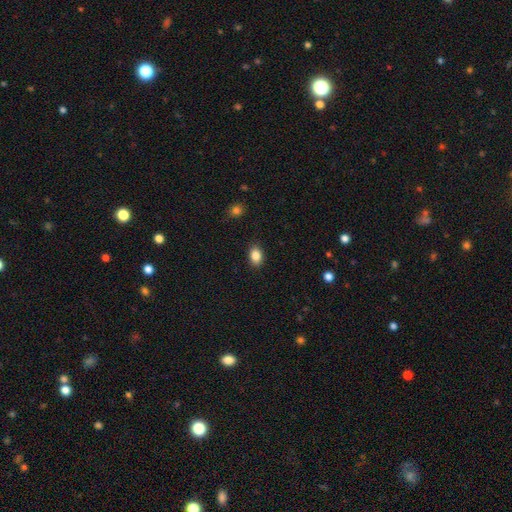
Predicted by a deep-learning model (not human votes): Smooth or featured?
  - smooth: 86% *
  - star or artifact: 9%
  - featured or disk: 5%
How rounded?
  - in between: 79% *
  - round: 20%
  - cigar-shaped: 1%
Merging?
  - none: 87% *
  - minor disturbance: 9%
  - major disturbance: 2%
  - merger: 1%